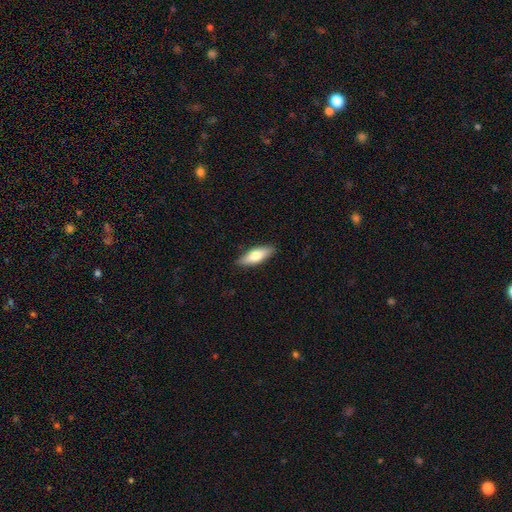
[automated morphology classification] smooth-or-featured: smooth: 71% | featured or disk: 24% | star or artifact: 6%
  how-rounded: in between: 60% | cigar-shaped: 37% | round: 2%
  merging: none: 88% | minor disturbance: 10% | major disturbance: 2% | merger: 1%